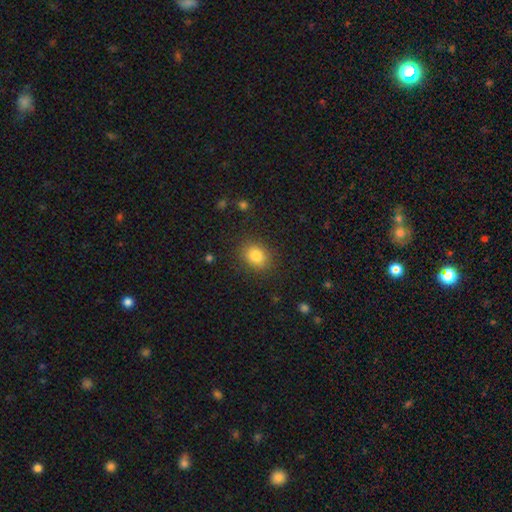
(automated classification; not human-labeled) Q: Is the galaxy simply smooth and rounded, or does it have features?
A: smooth — 84%.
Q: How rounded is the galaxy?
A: round — 52%.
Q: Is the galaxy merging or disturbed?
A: none — 85%.